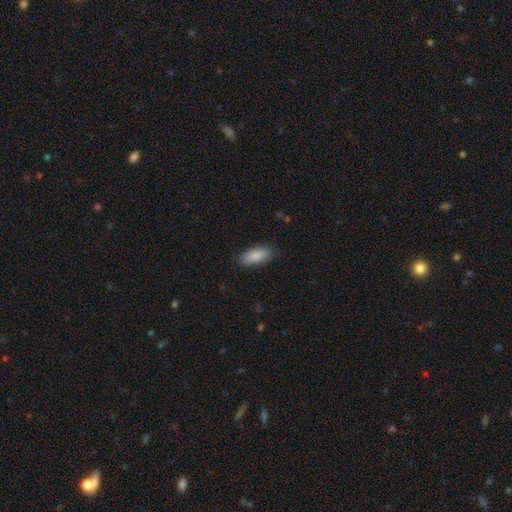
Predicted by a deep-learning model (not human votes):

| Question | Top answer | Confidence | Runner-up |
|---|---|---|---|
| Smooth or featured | smooth | 87% | featured or disk (7%) |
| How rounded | in between | 87% | cigar-shaped (11%) |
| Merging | none | 84% | minor disturbance (12%) |